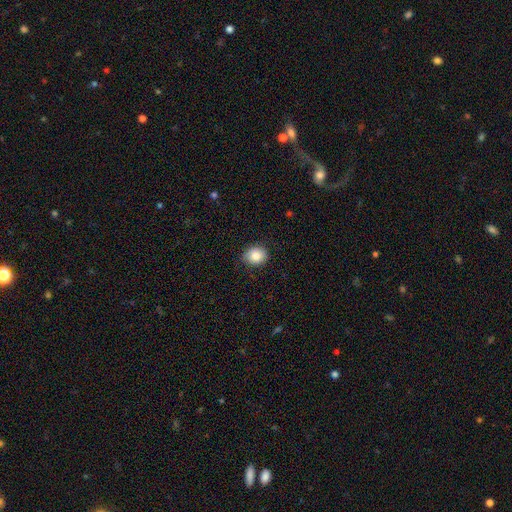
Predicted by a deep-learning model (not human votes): smooth_or_featured: smooth (p=0.84) [alt: star or artifact p=0.08]
how_rounded: round (p=0.63) [alt: in between p=0.36]
merging: none (p=0.83) [alt: minor disturbance p=0.14]